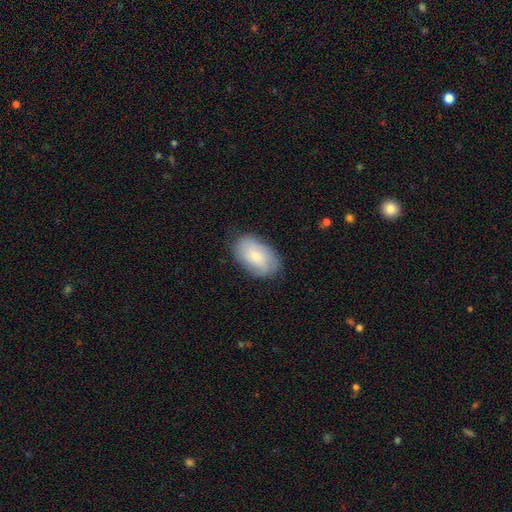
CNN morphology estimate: type=smooth (64%); roundness=in between (92%); merging=none (78%).